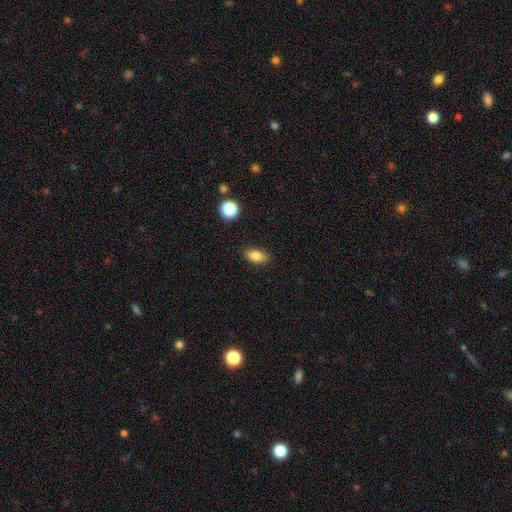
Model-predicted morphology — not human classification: This is clearly a smooth galaxy (82%). How rounded: clearly in between (86%). Merging: clearly none (86%).